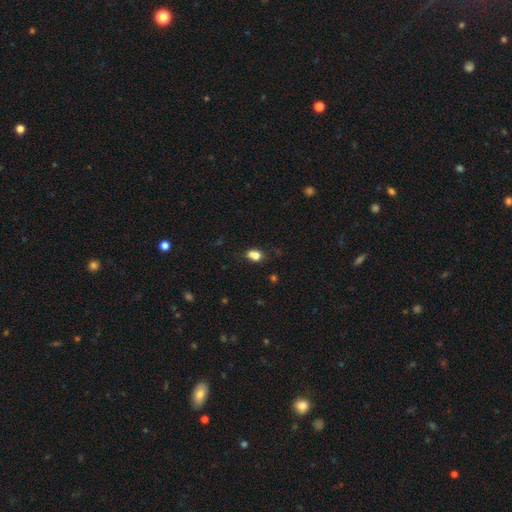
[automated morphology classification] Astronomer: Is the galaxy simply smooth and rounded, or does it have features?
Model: smooth — 77%.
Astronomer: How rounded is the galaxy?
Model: in between — 60% (runner-up: round, 38%).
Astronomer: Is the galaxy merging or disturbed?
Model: none — 48%.